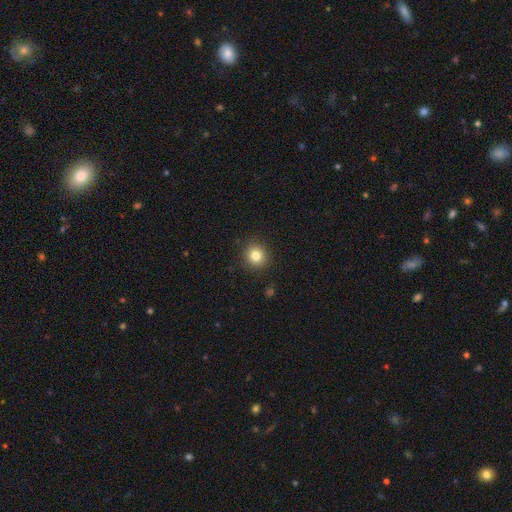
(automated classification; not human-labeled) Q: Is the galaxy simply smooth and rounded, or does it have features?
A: smooth — 82%.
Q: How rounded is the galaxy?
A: round — 92%.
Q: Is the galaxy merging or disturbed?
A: none — 91%.